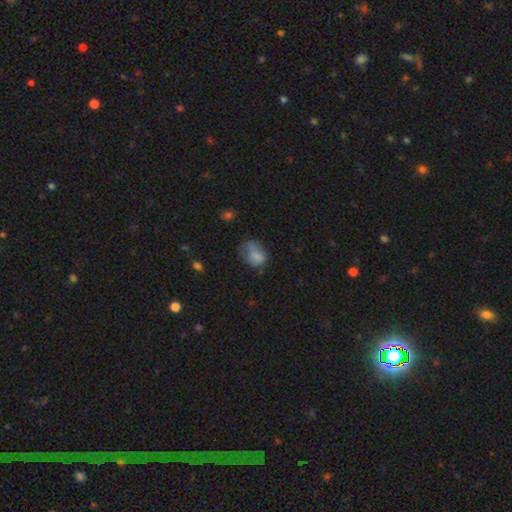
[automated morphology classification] This is likely a smooth galaxy (74%). How rounded: likely in between (62%). Merging: marginally none (35%).